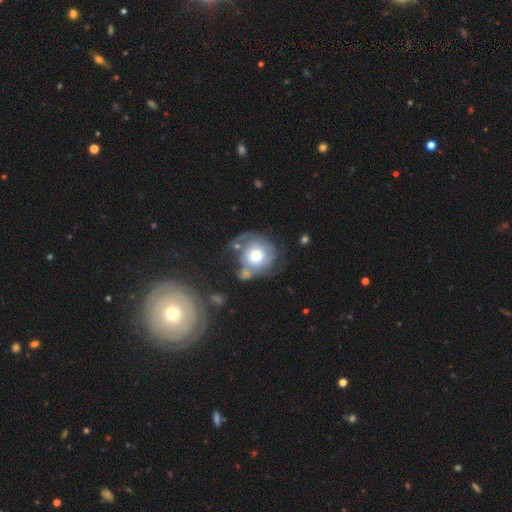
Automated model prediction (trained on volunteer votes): Q: Smooth or featured?
A: featured or disk (52%); runner-up: smooth (41%)
Q: Edge-on disk?
A: no (97%); runner-up: yes (3%)
Q: Bar?
A: no (85%); runner-up: weak (12%)
Q: Spiral arms?
A: yes (70%); runner-up: no (30%)
Q: Bulge size?
A: moderate (52%); runner-up: large (31%)
Q: Merging?
A: none (43%); runner-up: major disturbance (21%)